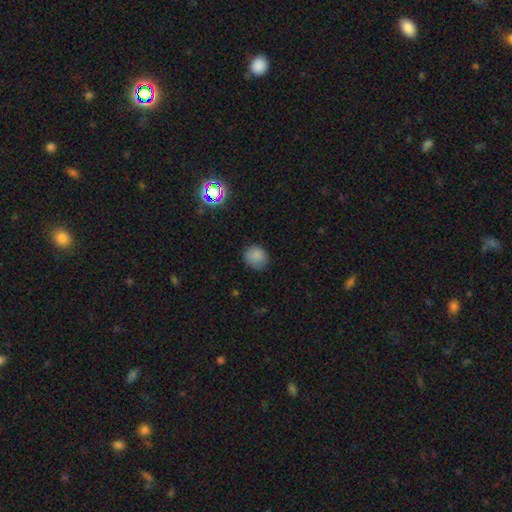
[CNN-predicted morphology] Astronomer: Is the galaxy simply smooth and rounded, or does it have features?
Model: smooth — 82%.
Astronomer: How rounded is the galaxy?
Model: round — 70%.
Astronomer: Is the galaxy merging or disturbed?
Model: none — 76%.